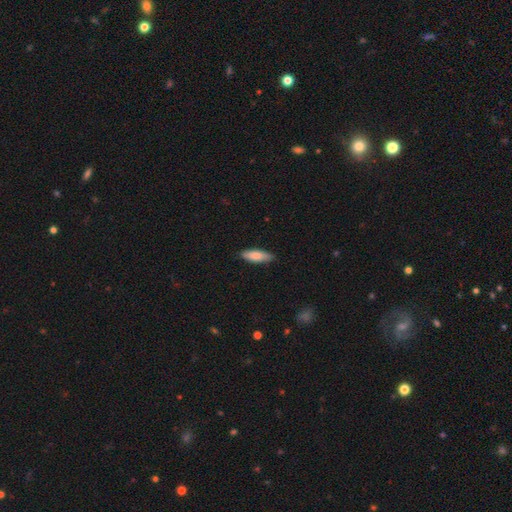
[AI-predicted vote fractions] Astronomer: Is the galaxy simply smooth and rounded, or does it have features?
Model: smooth — 83%.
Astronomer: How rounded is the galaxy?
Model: in between — 53% (runner-up: cigar-shaped, 45%).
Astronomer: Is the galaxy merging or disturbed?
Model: none — 85%.